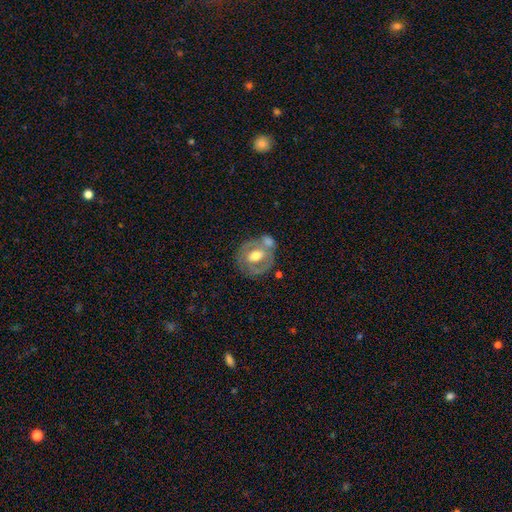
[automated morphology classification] Smooth or featured? featured or disk (61%)
Edge-on disk? no (95%)
Bar? no (41%)
Spiral arms? no (57%)
Bulge size? moderate (72%)
Merging? none (50%)